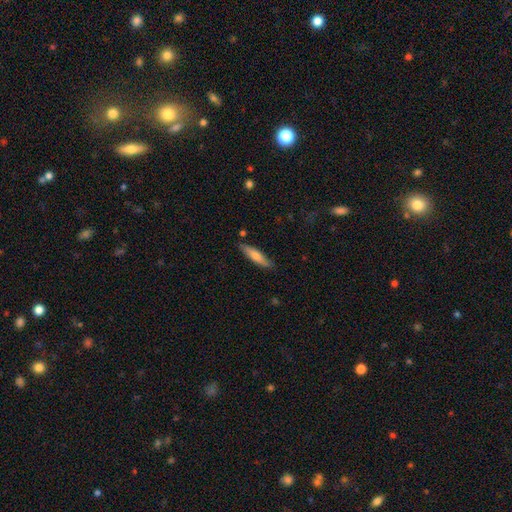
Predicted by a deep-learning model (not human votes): Smooth or featured? smooth (68%)
How rounded? cigar-shaped (78%)
Merging? none (85%)